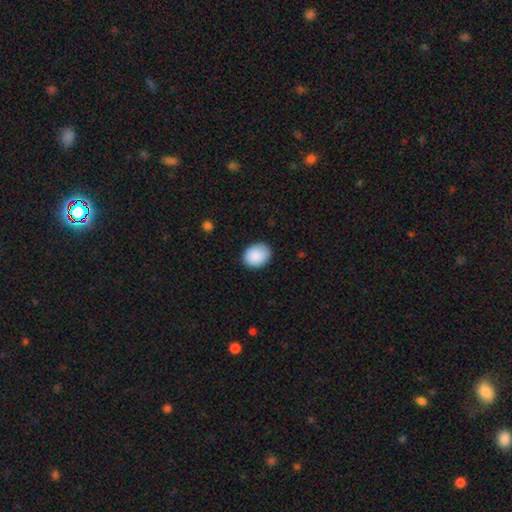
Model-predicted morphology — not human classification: Smooth or featured? Predicted: smooth (p=0.89). How rounded? Predicted: in between (p=0.55). Merging? Predicted: none (p=0.85).